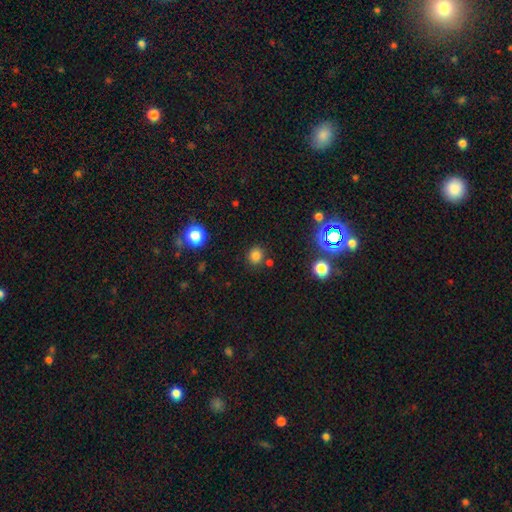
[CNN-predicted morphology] This appears to be a smooth galaxy with no disk features (77%) that is round (80%). Merging: none (81%).